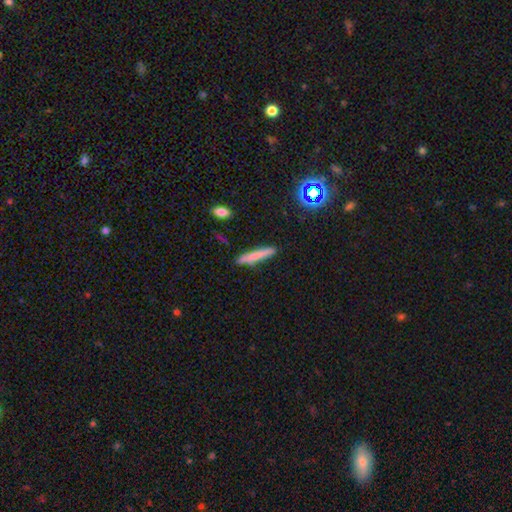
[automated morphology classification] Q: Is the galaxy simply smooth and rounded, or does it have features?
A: smooth — 71%.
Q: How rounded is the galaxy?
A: cigar-shaped — 91%.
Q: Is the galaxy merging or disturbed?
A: none — 81%.